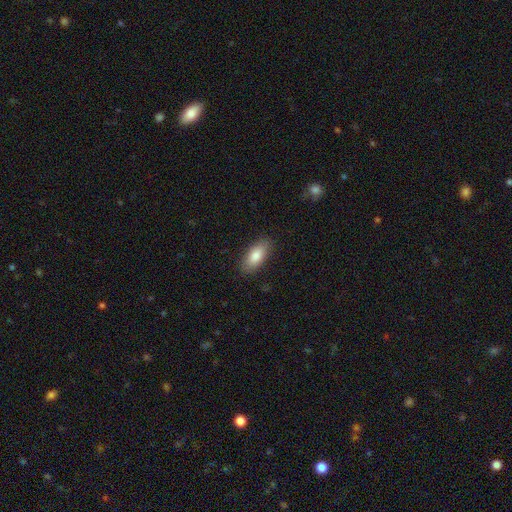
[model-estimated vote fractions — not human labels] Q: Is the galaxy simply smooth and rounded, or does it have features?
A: smooth — 83%.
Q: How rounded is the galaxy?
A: in between — 85%.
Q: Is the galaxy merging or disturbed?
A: none — 87%.